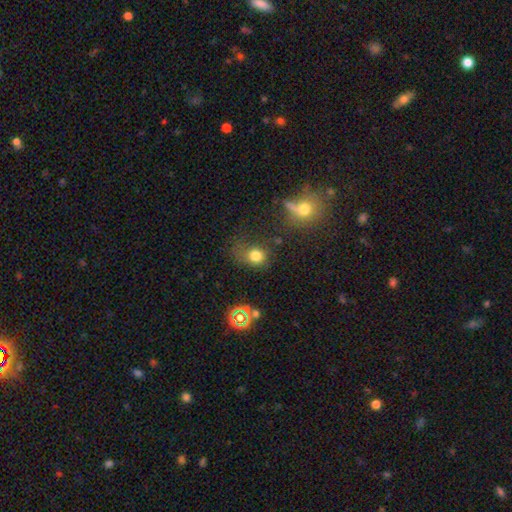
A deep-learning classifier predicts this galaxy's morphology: Overall: smooth (75%). How rounded: round (64%; in between 35%). Merging: none (53%; minor disturbance 23%).